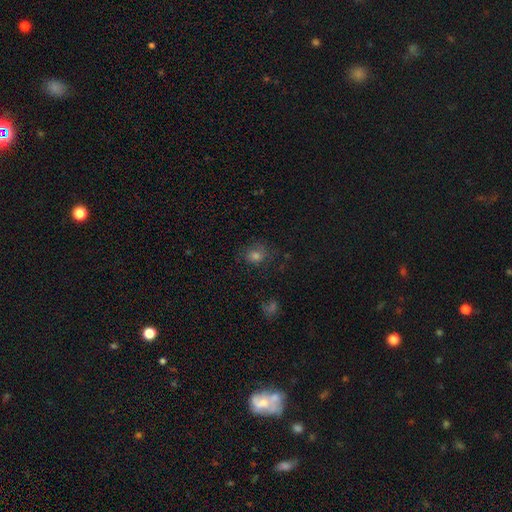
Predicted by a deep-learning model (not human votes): Q: Smooth or featured?
A: smooth (57%); runner-up: star or artifact (25%)
Q: How rounded?
A: round (74%); runner-up: in between (25%)
Q: Merging?
A: none (72%); runner-up: minor disturbance (17%)